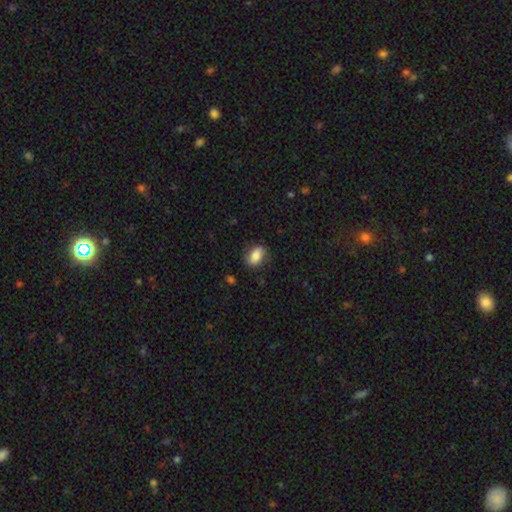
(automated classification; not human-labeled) A smooth galaxy with no disk features (77%) that is in between round and cigar-shaped (84%). Merging: none (77%).